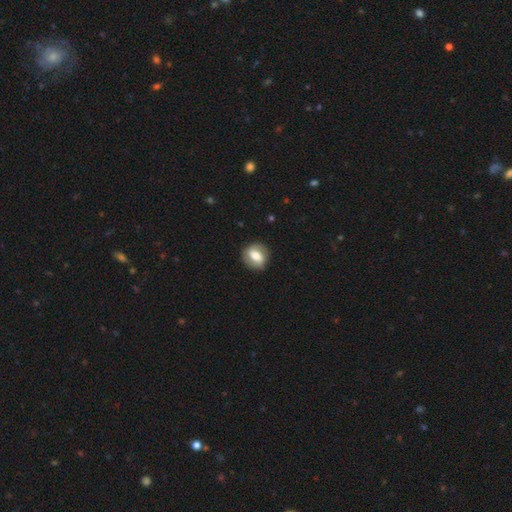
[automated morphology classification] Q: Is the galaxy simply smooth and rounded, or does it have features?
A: smooth — 49%.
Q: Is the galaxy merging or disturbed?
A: none — 83%.